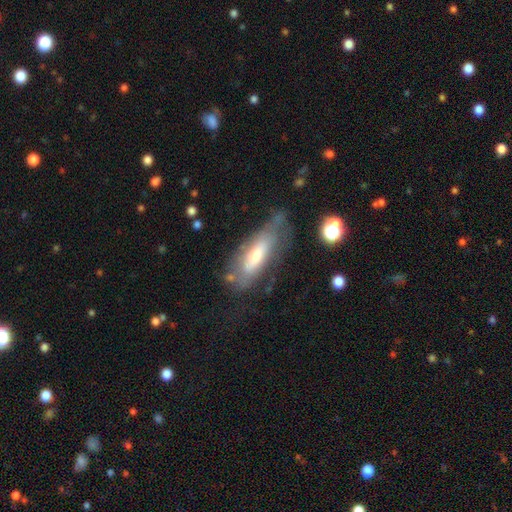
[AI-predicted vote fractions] This appears to be a smooth galaxy with no disk features (48%). Merging: none (48%).